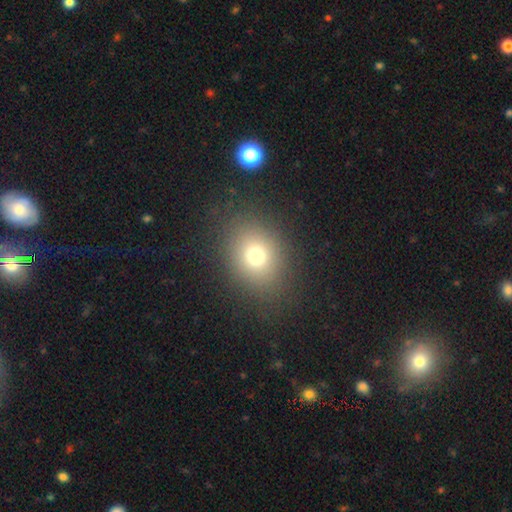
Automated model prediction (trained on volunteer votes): Smooth or featured? smooth (73%)
How rounded? round (53%)
Merging? none (83%)